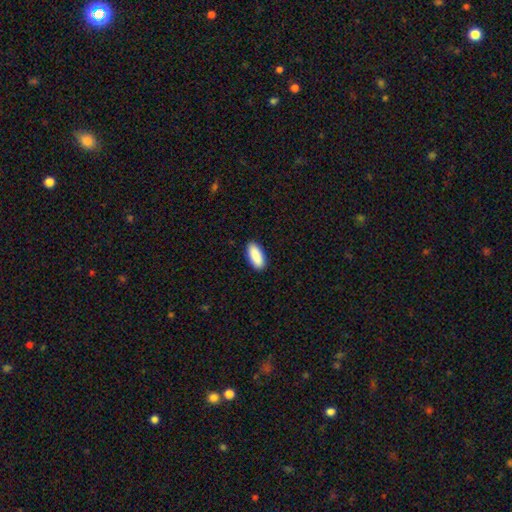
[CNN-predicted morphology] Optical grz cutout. It shows a smooth galaxy with no disk features (92%) that is in between round and cigar-shaped (86%). Merging: none (91%).